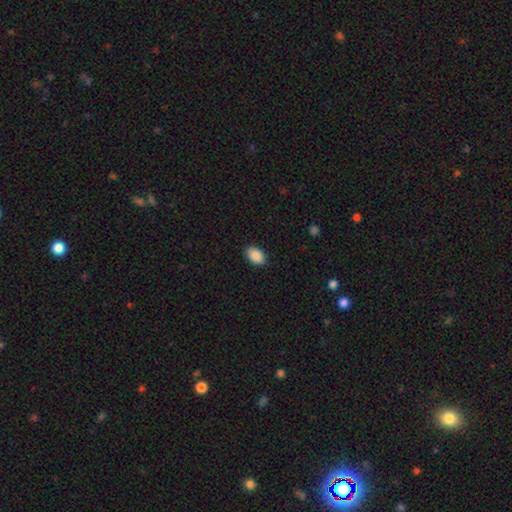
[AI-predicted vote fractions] smooth-or-featured: smooth: 90% | star or artifact: 7% | featured or disk: 3%
  how-rounded: in between: 87% | round: 12% | cigar-shaped: 1%
  merging: none: 89% | minor disturbance: 9% | major disturbance: 2% | merger: 1%